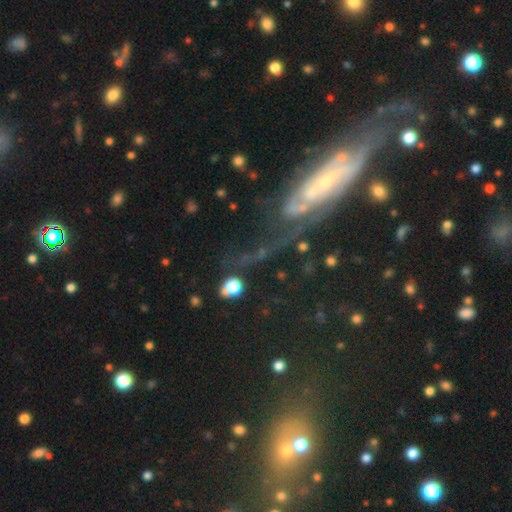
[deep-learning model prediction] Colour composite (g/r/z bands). It shows a featured or disk galaxy (64%). Merging: none (60%).